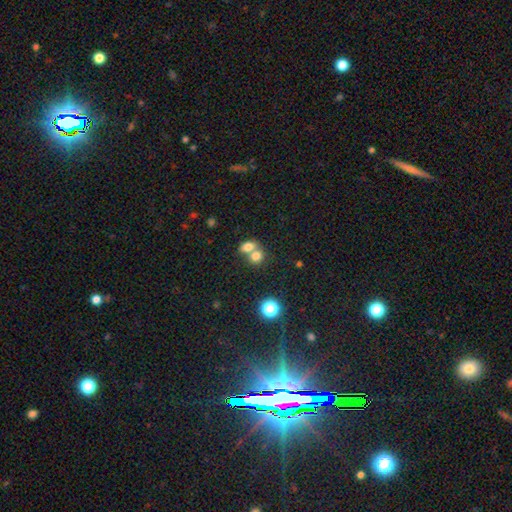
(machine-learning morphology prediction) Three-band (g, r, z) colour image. It shows a smooth galaxy with no disk features (76%) that is round (51%). Merging: merger (63%).